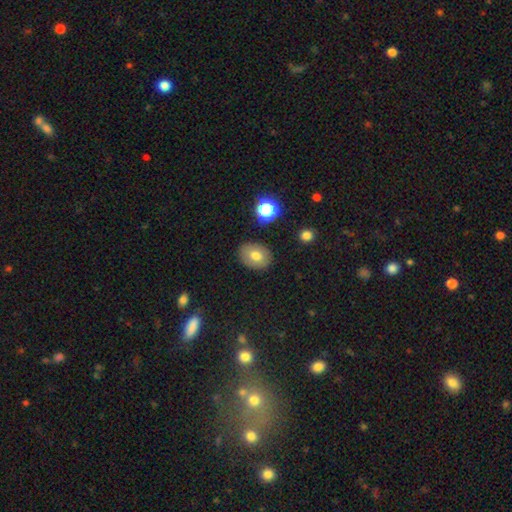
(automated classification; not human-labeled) This appears to be a smooth galaxy with no disk features (73%) that is in between round and cigar-shaped (63%). Merging: none (85%).